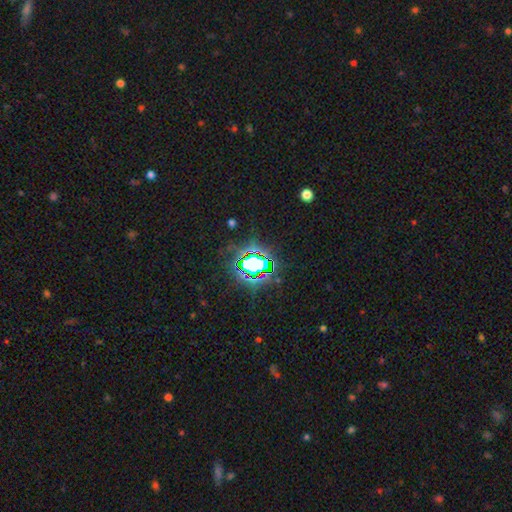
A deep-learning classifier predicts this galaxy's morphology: This is likely a star or artifact rather than a galaxy (80%).